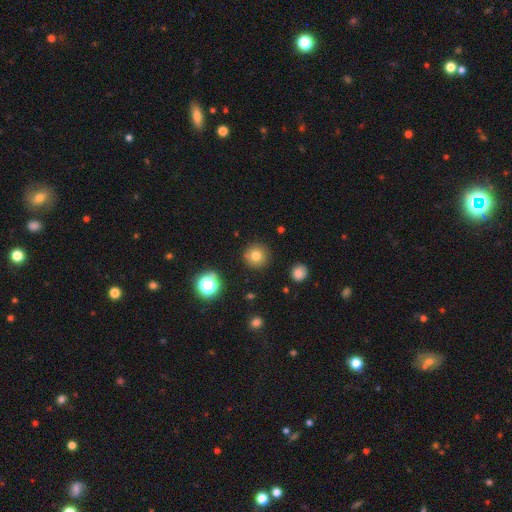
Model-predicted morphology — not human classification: A smooth galaxy with no disk features (76%) that is round (95%). Merging: none (90%).